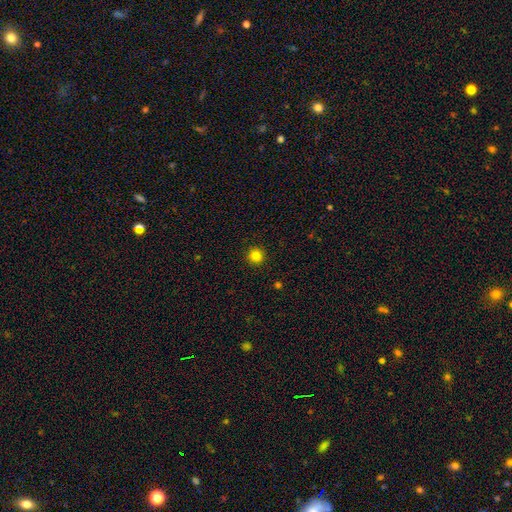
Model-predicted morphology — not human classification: This is clearly a smooth galaxy (83%). How rounded: clearly round (95%). Merging: clearly none (93%).